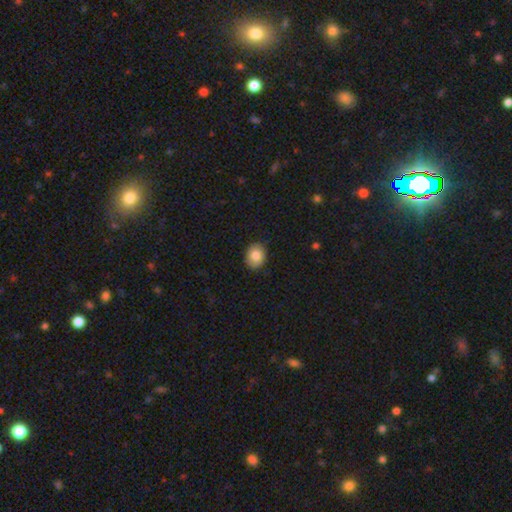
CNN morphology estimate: type=smooth (84%); roundness=round (51%); merging=none (89%).